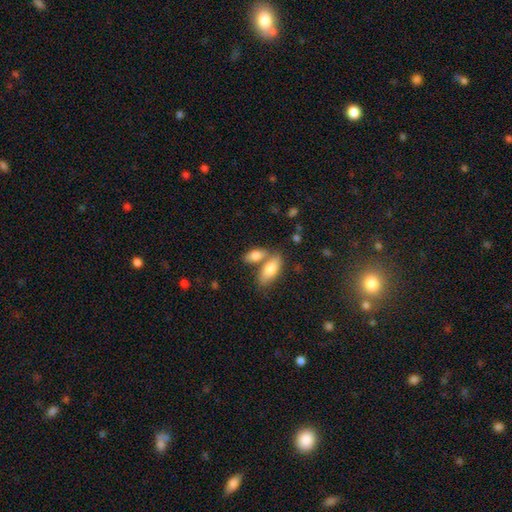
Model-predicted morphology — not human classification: smooth 80%, featured or disk 14%, star or artifact 6%. Down the decision tree: how rounded — in between (81%); merging — none (44%).